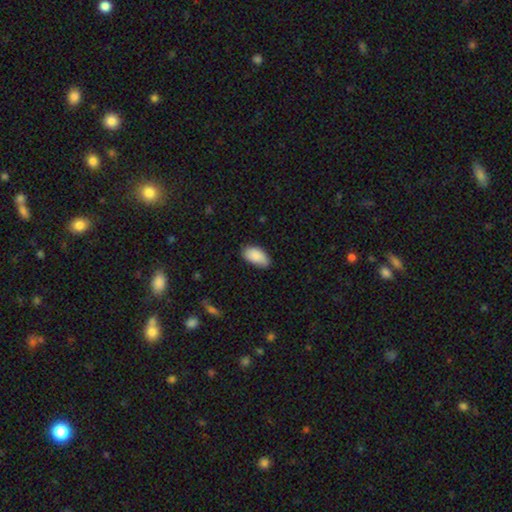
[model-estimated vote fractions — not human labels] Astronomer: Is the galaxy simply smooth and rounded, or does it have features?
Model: smooth — 87%.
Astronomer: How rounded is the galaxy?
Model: in between — 94%.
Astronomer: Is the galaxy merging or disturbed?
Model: none — 73%.